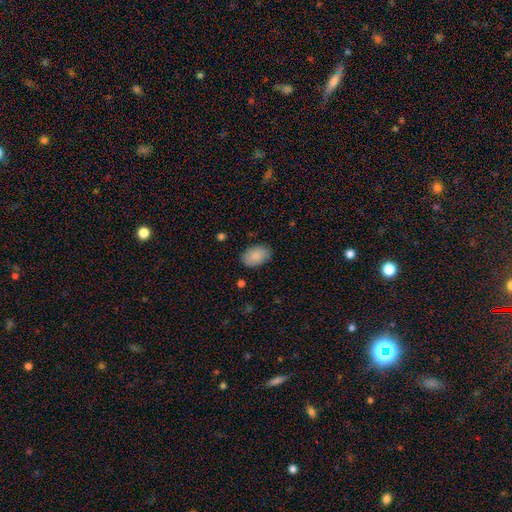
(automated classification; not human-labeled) Smooth or featured? Predicted: smooth (p=0.87). How rounded? Predicted: in between (p=0.89). Merging? Predicted: none (p=0.84).